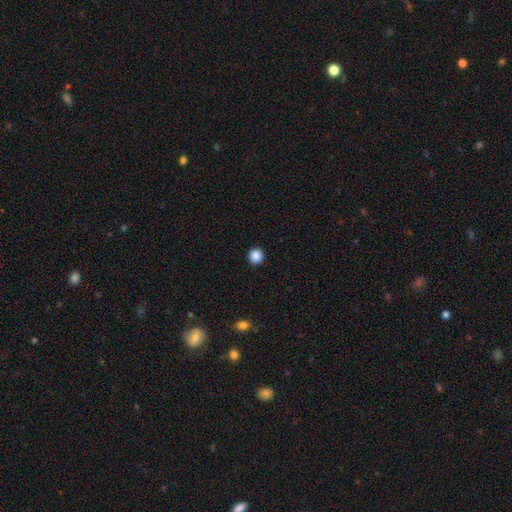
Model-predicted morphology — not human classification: Overall: smooth (88%). How rounded: round (95%). Merging: none (94%).